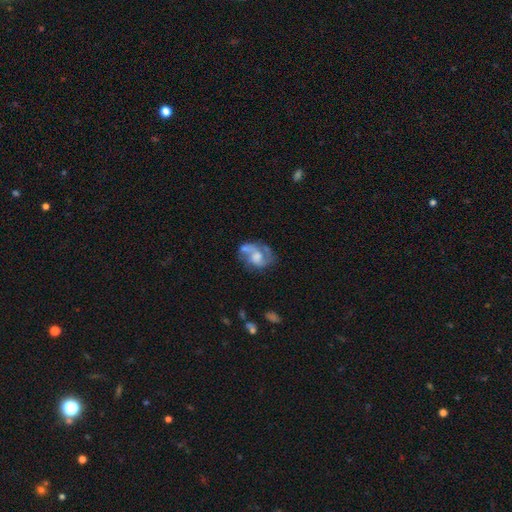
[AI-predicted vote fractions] Smooth or featured: featured or disk — 66% (smooth — 26%)
Edge-on disk: no — 97% (yes — 3%)
Bar: no — 66% (weak — 29%)
Spiral arms: yes — 73% (no — 27%)
Bulge size: moderate — 40% (large — 24%)
Merging: none — 42% (minor disturbance — 22%)